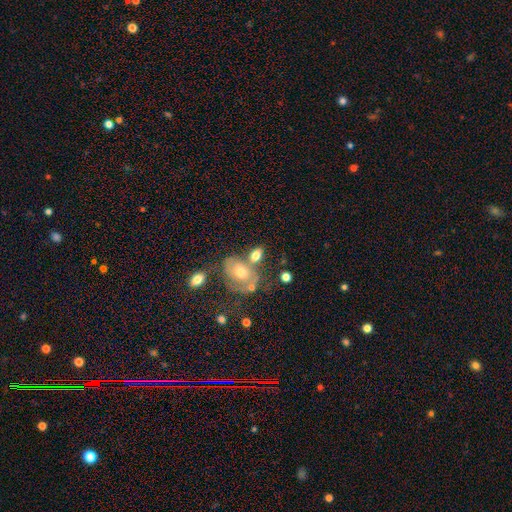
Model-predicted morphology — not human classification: Smooth or featured: smooth — 68% (featured or disk — 23%)
How rounded: in between — 80% (round — 17%)
Merging: none — 46% (merger — 31%)